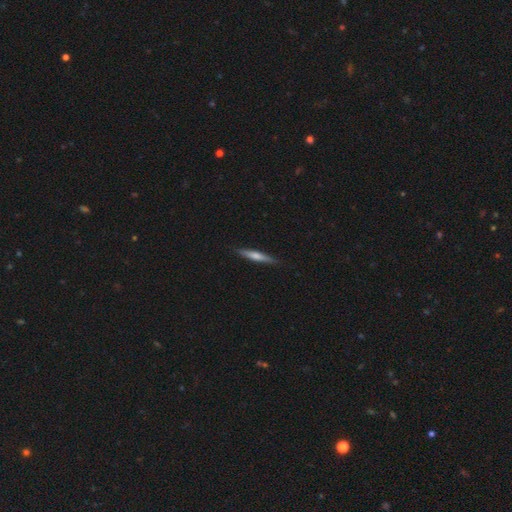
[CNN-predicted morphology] Overall: featured or disk (48%; smooth 46%). Merging: none (88%).